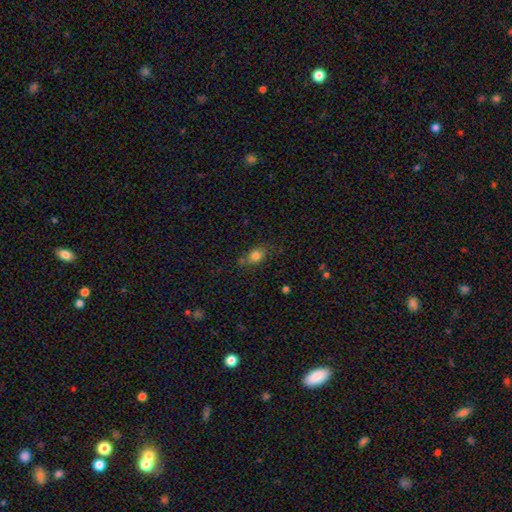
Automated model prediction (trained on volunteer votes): smooth 80%, star or artifact 12%, featured or disk 8%. Down the decision tree: how rounded — in between (56%); merging — none (63%).